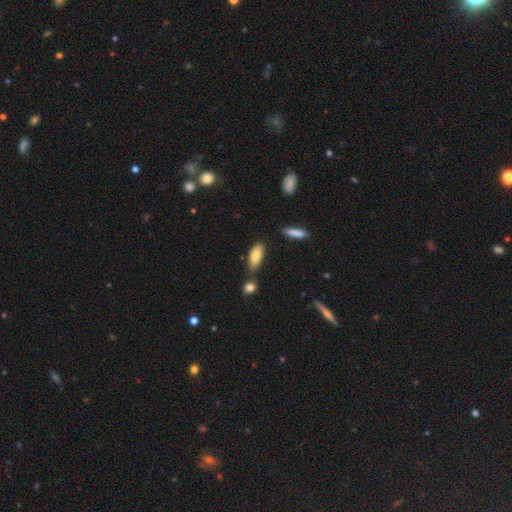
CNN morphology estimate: Smooth or featured?
  - smooth: 82% *
  - featured or disk: 11%
  - star or artifact: 7%
How rounded?
  - in between: 74% *
  - cigar-shaped: 24%
  - round: 2%
Merging?
  - none: 64% *
  - minor disturbance: 19%
  - merger: 12%
  - major disturbance: 4%